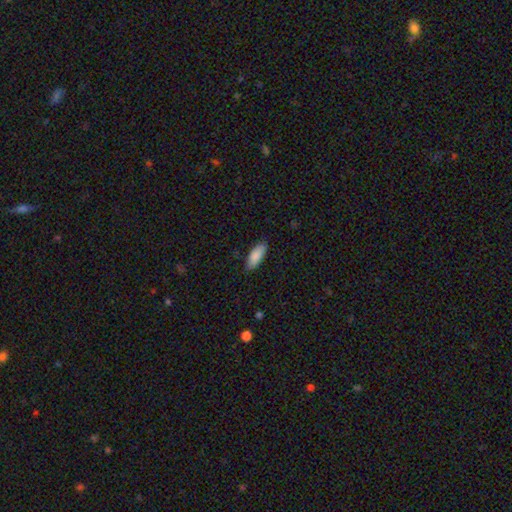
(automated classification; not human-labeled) The model was most divided on "how rounded": in between: 79%, cigar-shaped: 19%, round: 2%. More confident: smooth or featured — smooth (88%); merging — none (84%).